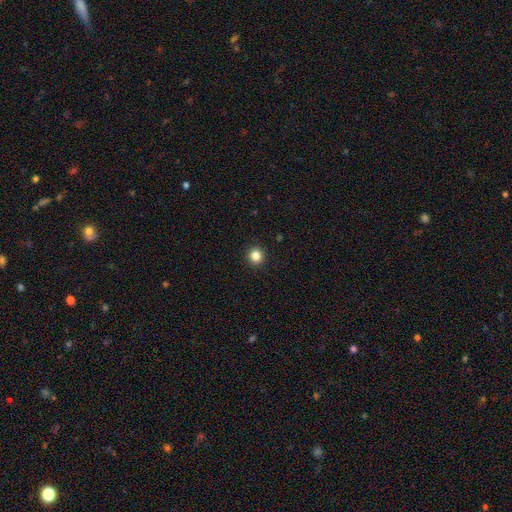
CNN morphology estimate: A smooth galaxy with no disk features (84%) that is round (93%). Merging: none (93%).